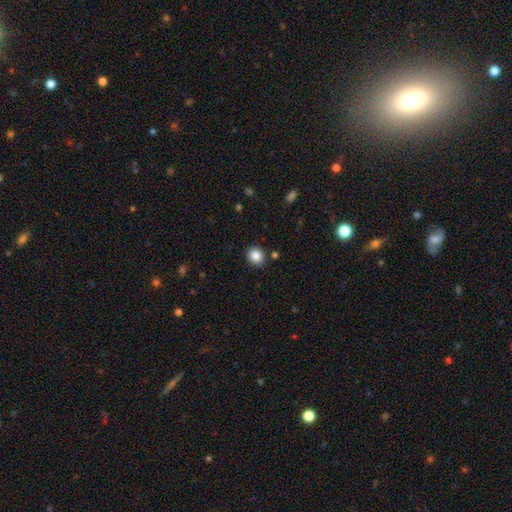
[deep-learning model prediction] Q: Smooth or featured?
A: smooth (85%); runner-up: star or artifact (10%)
Q: How rounded?
A: round (69%); runner-up: in between (30%)
Q: Merging?
A: none (87%); runner-up: minor disturbance (8%)